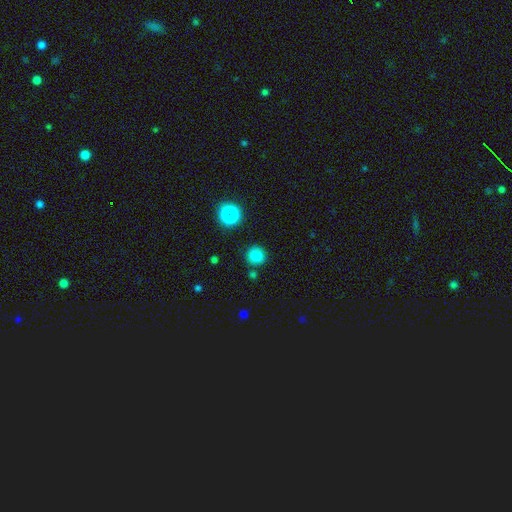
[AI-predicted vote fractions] Overall: smooth (82%). How rounded: round (90%). Merging: none (83%).